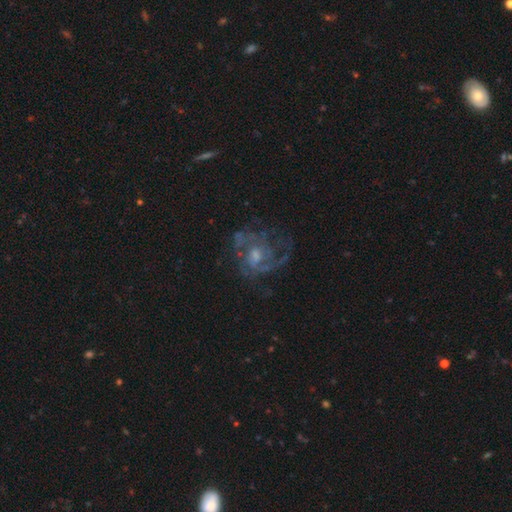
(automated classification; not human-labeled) Q: Smooth or featured?
A: featured or disk (80%); runner-up: smooth (10%)
Q: Edge-on disk?
A: no (97%); runner-up: yes (3%)
Q: Bar?
A: no (64%); runner-up: weak (31%)
Q: Spiral arms?
A: yes (85%); runner-up: no (15%)
Q: Spiral winding?
A: medium (46%); runner-up: tight (35%)
Q: Spiral arm count?
A: can't tell (32%); runner-up: 2 (30%)
Q: Bulge size?
A: moderate (51%); runner-up: small (35%)
Q: Merging?
A: none (59%); runner-up: major disturbance (21%)